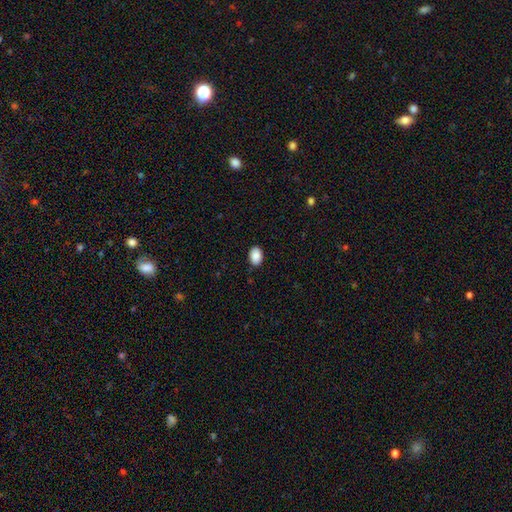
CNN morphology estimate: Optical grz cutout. It shows a smooth galaxy with no disk features (89%) that is in between round and cigar-shaped (81%). Merging: none (87%).